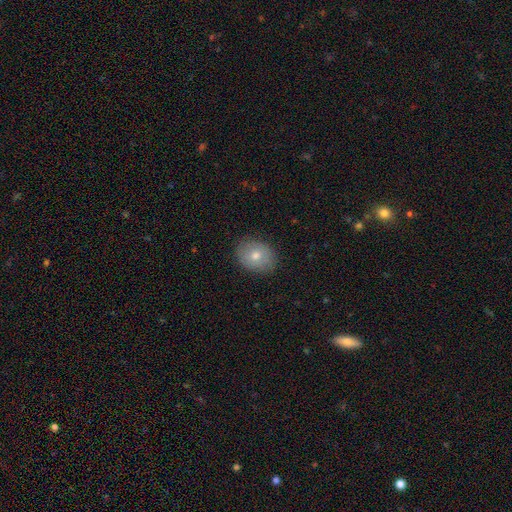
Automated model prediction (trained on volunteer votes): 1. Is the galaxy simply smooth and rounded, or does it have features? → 70% smooth, 21% featured or disk, 10% star or artifact.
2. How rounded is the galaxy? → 56% in between, 43% round, 1% cigar-shaped.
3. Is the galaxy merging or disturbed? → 87% none, 10% minor disturbance, 2% major disturbance, 1% merger.